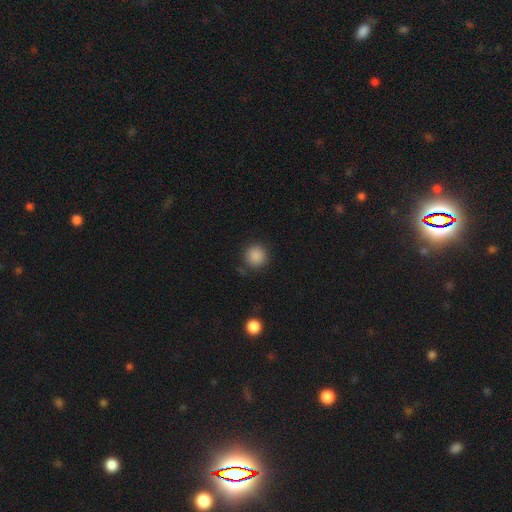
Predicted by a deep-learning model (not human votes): Q: Smooth or featured?
A: smooth (87%); runner-up: star or artifact (10%)
Q: How rounded?
A: round (93%); runner-up: in between (6%)
Q: Merging?
A: none (86%); runner-up: minor disturbance (9%)